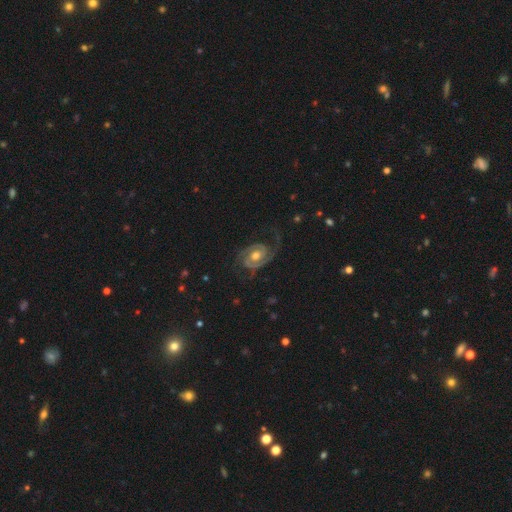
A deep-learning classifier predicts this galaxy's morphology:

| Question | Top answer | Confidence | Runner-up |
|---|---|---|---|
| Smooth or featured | featured or disk | 89% | smooth (7%) |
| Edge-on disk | no | 97% | yes (3%) |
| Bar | no | 61% | weak (31%) |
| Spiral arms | yes | 97% | no (3%) |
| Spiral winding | tight | 46% | medium (40%) |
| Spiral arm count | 2 | 84% | 1 (5%) |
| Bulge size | moderate | 73% | small (16%) |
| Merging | none | 66% | minor disturbance (18%) |